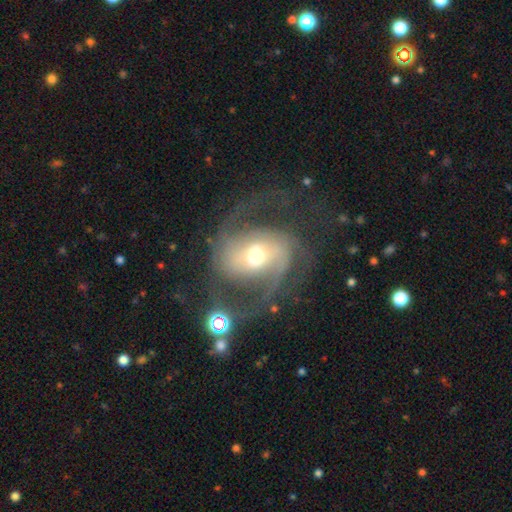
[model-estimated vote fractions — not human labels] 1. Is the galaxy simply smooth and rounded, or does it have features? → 88% featured or disk, 6% smooth, 6% star or artifact.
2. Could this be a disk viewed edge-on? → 98% no, 2% yes.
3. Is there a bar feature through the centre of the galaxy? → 43% weak, 31% no, 25% strong.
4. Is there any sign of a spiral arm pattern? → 96% yes, 4% no.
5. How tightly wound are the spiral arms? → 54% medium, 24% loose, 22% tight.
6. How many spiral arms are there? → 82% 2, 6% 3, 6% can't tell, 3% 1, 2% 4, 2% more than 4.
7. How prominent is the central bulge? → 65% moderate, 17% small, 15% large, 2% dominant, 1% none.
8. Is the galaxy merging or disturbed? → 65% none, 16% major disturbance, 16% minor disturbance, 3% merger.